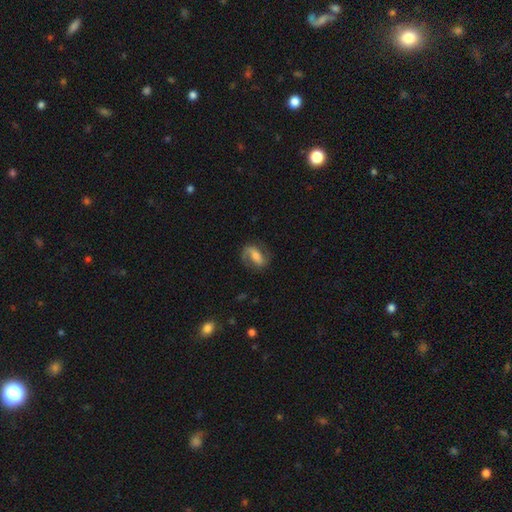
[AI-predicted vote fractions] Q: Smooth or featured?
A: featured or disk (70%); runner-up: smooth (24%)
Q: Edge-on disk?
A: no (95%); runner-up: yes (5%)
Q: Bar?
A: strong (41%); runner-up: weak (35%)
Q: Spiral arms?
A: yes (90%); runner-up: no (10%)
Q: Spiral winding?
A: medium (46%); runner-up: loose (33%)
Q: Spiral arm count?
A: 2 (83%); runner-up: 1 (9%)
Q: Bulge size?
A: moderate (49%); runner-up: small (31%)
Q: Merging?
A: none (73%); runner-up: minor disturbance (16%)